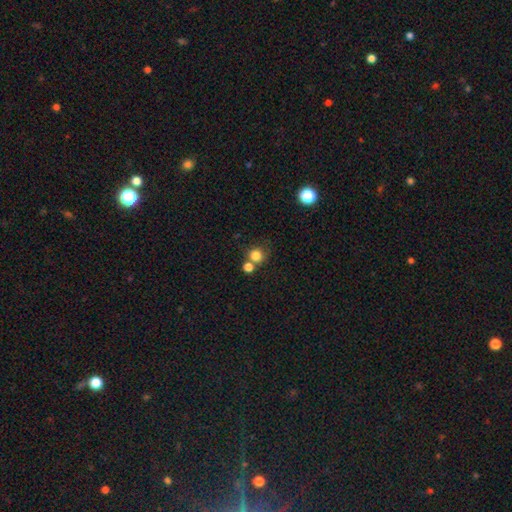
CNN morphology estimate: smooth_or_featured: smooth (p=0.81) [alt: star or artifact p=0.13]
how_rounded: round (p=0.90) [alt: in between p=0.09]
merging: none (p=0.58) [alt: merger p=0.29]